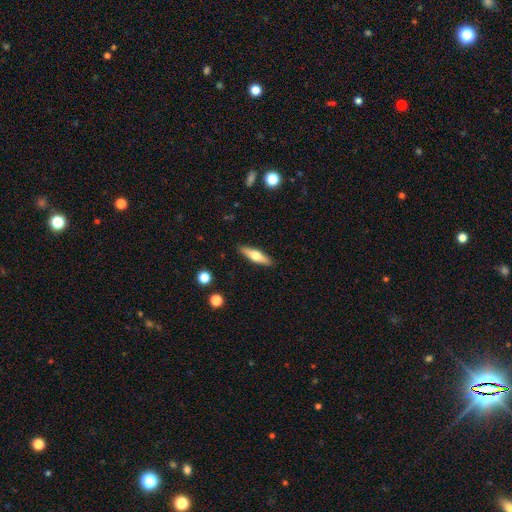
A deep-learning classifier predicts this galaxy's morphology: smooth-or-featured: smooth: 48% | featured or disk: 46% | star or artifact: 6%
  merging: none: 90% | minor disturbance: 8% | major disturbance: 2% | merger: 1%